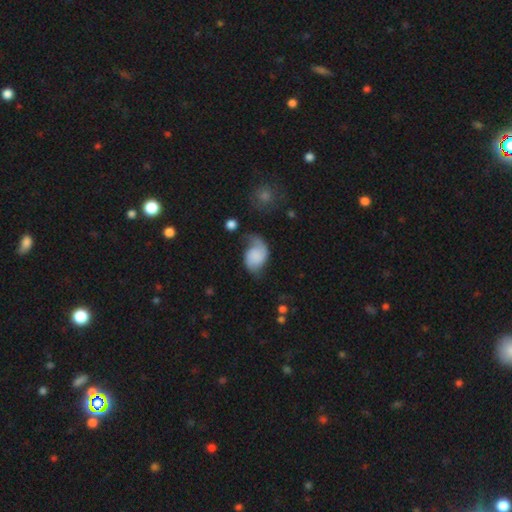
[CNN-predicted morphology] Smooth or featured: featured or disk — 49% (smooth — 43%)
Merging: none — 36% (minor disturbance — 31%)